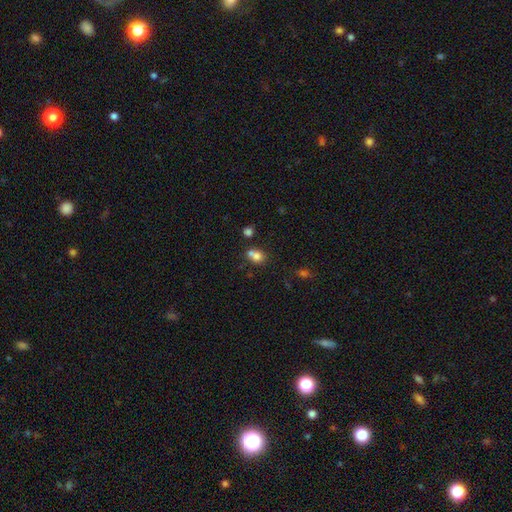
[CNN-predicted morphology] Smooth or featured?
  - smooth: 75% *
  - featured or disk: 13%
  - star or artifact: 13%
How rounded?
  - round: 61% *
  - in between: 38%
  - cigar-shaped: 1%
Merging?
  - merger: 47% *
  - none: 38%
  - minor disturbance: 10%
  - major disturbance: 4%